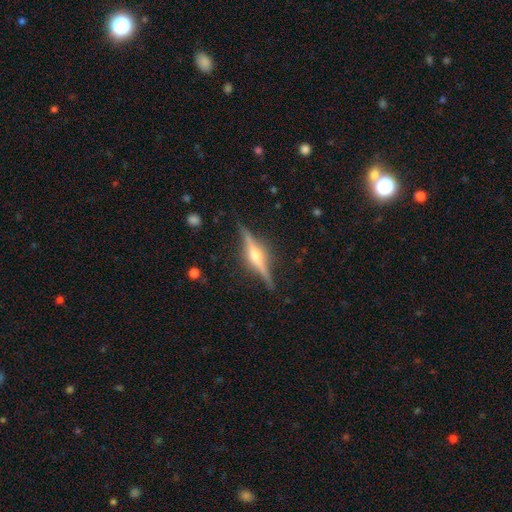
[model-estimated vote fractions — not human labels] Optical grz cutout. It shows a featured or disk galaxy (83%) viewed edge-on (97%) with a rounded central bulge (90%). Merging: none (87%).